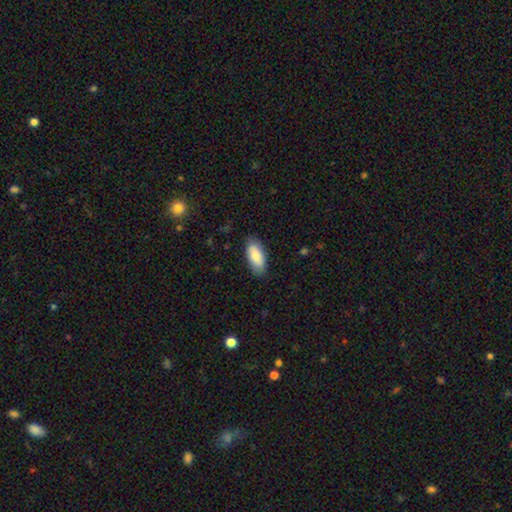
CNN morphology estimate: Q: Smooth or featured?
A: smooth (84%); runner-up: featured or disk (10%)
Q: How rounded?
A: in between (90%); runner-up: cigar-shaped (9%)
Q: Merging?
A: none (84%); runner-up: minor disturbance (13%)